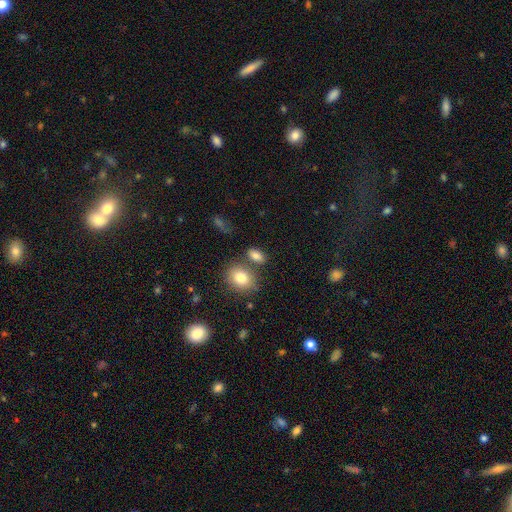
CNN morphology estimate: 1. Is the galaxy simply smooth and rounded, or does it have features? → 83% smooth, 10% star or artifact, 8% featured or disk.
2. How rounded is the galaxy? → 81% in between, 16% round, 4% cigar-shaped.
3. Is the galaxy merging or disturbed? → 66% none, 17% merger, 13% minor disturbance, 4% major disturbance.